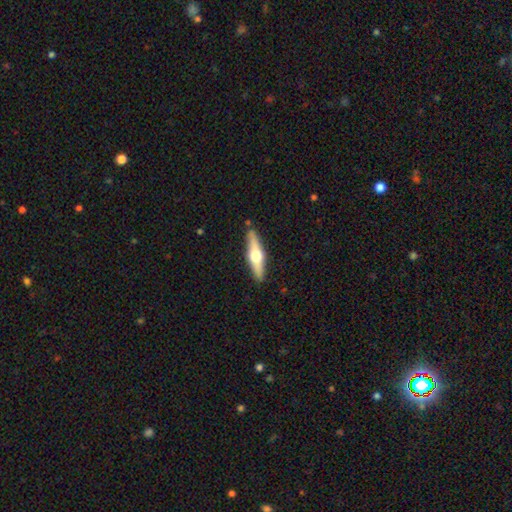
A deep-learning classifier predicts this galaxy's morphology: A featured or disk galaxy (61%) viewed edge-on (94%) with a rounded central bulge (95%).

Vote fractions:
- Smooth or featured? featured or disk: 61% / smooth: 33% / star or artifact: 5%
- Edge-on disk? yes: 94% / no: 6%
- Edge-on bulge? rounded: 95% / boxy: 3% / none: 2%
- Merging? none: 88% / minor disturbance: 8% / merger: 2% / major disturbance: 2%